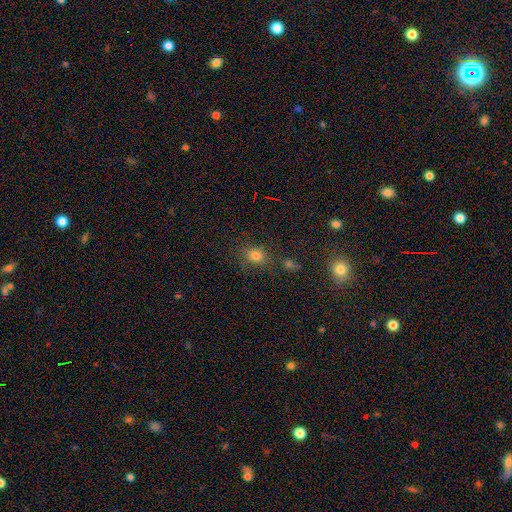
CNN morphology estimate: Smooth or featured?
  - smooth: 73% *
  - star or artifact: 20%
  - featured or disk: 7%
How rounded?
  - round: 56% *
  - in between: 42%
  - cigar-shaped: 2%
Merging?
  - none: 74% *
  - minor disturbance: 13%
  - merger: 7%
  - major disturbance: 5%